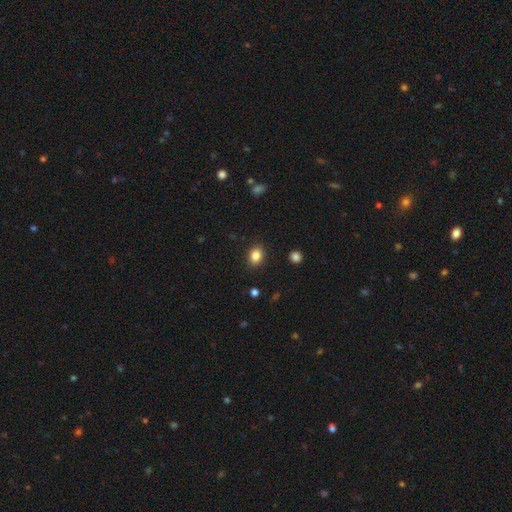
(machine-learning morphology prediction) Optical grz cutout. It shows a smooth galaxy with no disk features (85%) that is in between round and cigar-shaped (58%). Merging: none (88%).